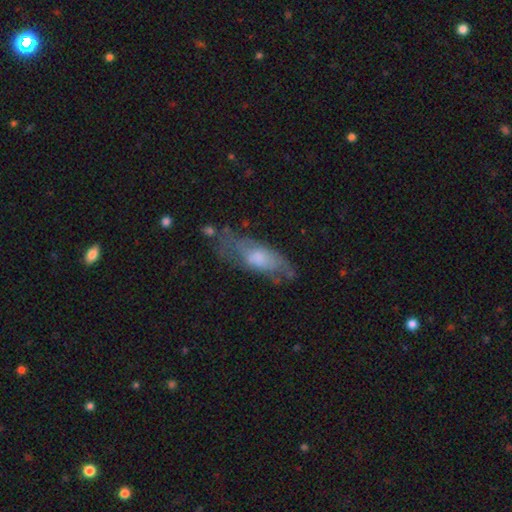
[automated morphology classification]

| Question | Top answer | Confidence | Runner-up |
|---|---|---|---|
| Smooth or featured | featured or disk | 48% | smooth (44%) |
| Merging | none | 52% | minor disturbance (27%) |